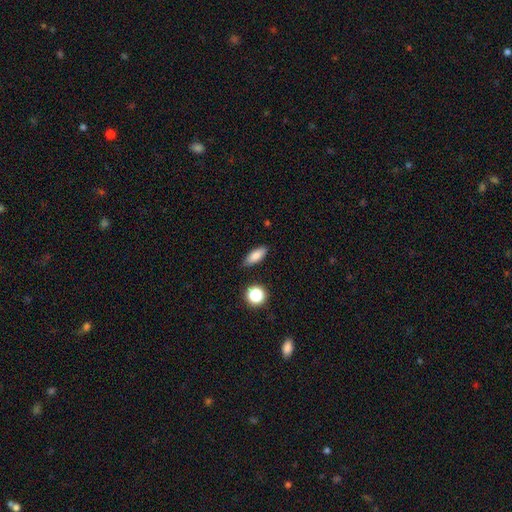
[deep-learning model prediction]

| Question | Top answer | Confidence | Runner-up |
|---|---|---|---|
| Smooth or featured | smooth | 83% | star or artifact (9%) |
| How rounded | in between | 71% | cigar-shaped (24%) |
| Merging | none | 85% | minor disturbance (10%) |